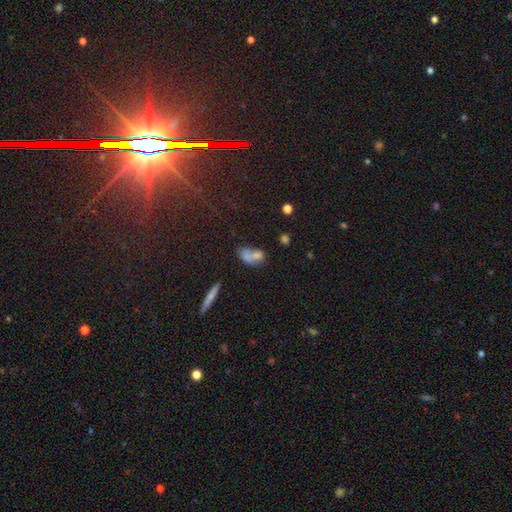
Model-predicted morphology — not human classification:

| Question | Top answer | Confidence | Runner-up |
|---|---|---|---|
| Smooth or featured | smooth | 65% | featured or disk (21%) |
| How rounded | in between | 70% | round (23%) |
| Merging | merger | 52% | none (29%) |